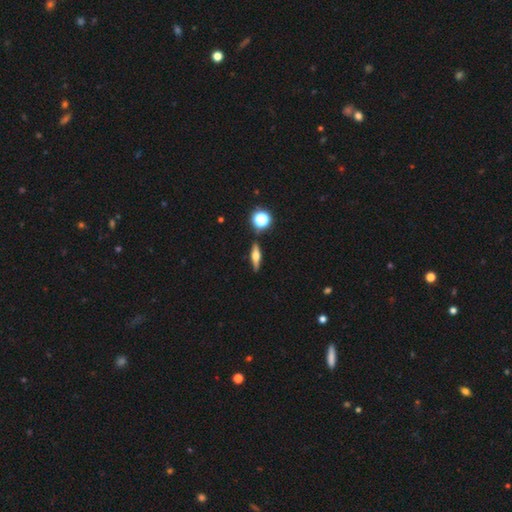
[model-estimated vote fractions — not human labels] Smooth or featured? featured or disk (54%)
Edge-on disk? yes (94%)
Edge-on bulge? rounded (92%)
Merging? none (87%)